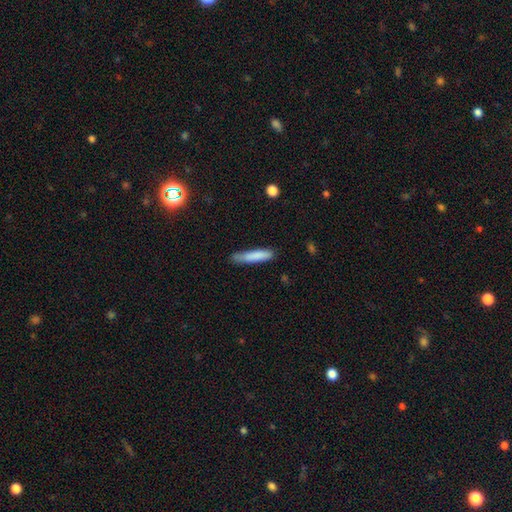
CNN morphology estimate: Smooth or featured: smooth — 82% (featured or disk — 12%)
How rounded: cigar-shaped — 85% (in between — 14%)
Merging: none — 69% (minor disturbance — 24%)